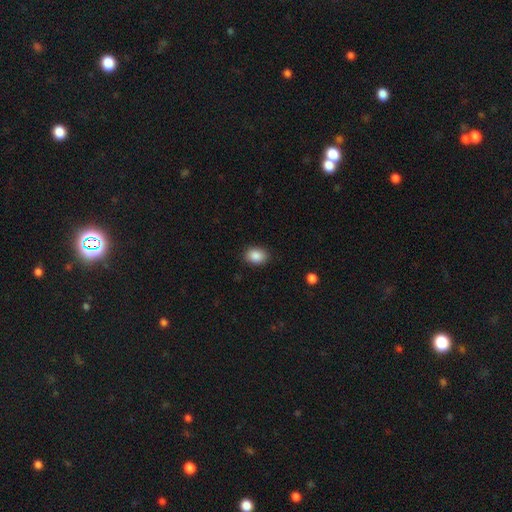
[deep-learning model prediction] This is clearly a smooth galaxy (88%). How rounded: likely in between (70%). Merging: clearly none (88%).